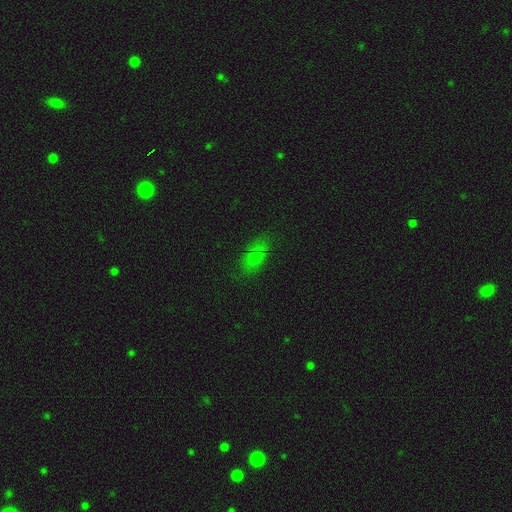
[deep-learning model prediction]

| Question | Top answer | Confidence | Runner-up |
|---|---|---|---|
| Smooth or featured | smooth | 68% | star or artifact (18%) |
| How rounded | in between | 83% | cigar-shaped (10%) |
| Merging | none | 75% | minor disturbance (18%) |